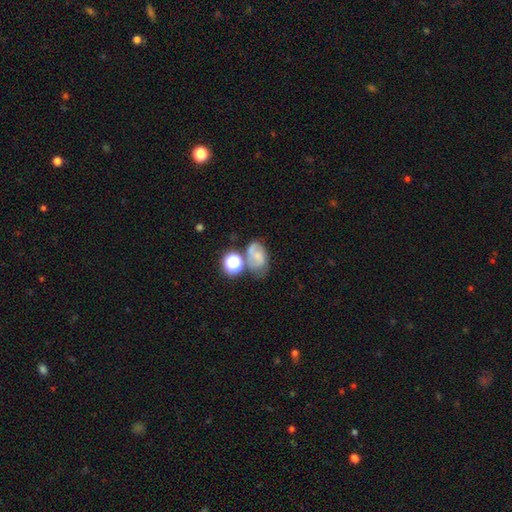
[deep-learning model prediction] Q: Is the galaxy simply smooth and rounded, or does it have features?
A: smooth — 47%.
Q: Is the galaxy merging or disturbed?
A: none — 40%.